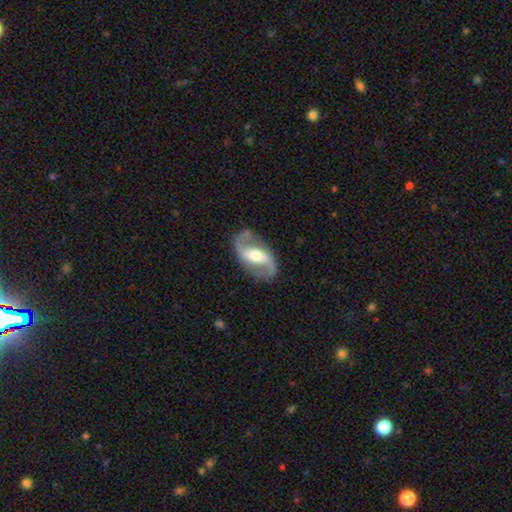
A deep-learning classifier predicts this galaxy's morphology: This is clearly a featured or disk galaxy (90%). It is clearly not viewed edge-on (97%). Bar: marginally weak (39%). Spiral arm pattern: clearly yes (95%). Spiral arm count: clearly 2 (94%). Spiral winding: possibly loose (46%). Central bulge: likely moderate (64%). Merging: clearly none (84%).